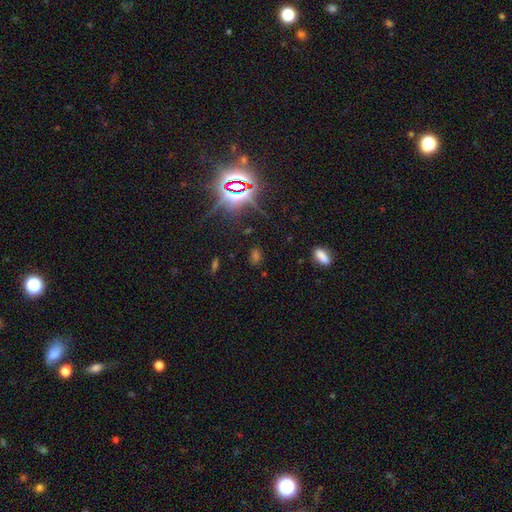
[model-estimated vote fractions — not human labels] Smooth or featured? Predicted: star or artifact (p=0.60).